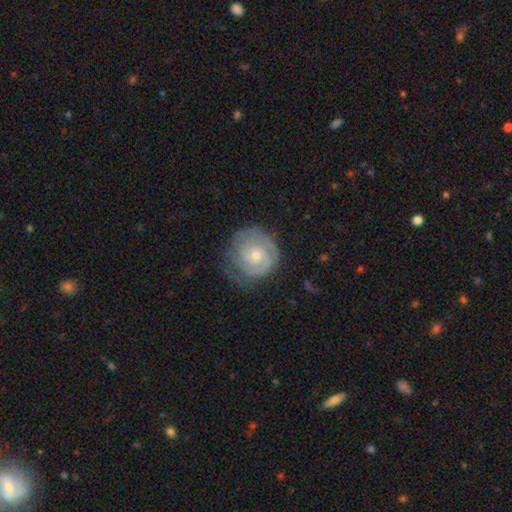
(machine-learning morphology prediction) Q: Smooth or featured?
A: featured or disk (75%); runner-up: smooth (19%)
Q: Edge-on disk?
A: no (98%); runner-up: yes (2%)
Q: Bar?
A: no (73%); runner-up: weak (23%)
Q: Spiral arms?
A: yes (91%); runner-up: no (9%)
Q: Spiral winding?
A: tight (73%); runner-up: medium (21%)
Q: Spiral arm count?
A: 2 (47%); runner-up: can't tell (28%)
Q: Bulge size?
A: small (55%); runner-up: moderate (41%)
Q: Merging?
A: none (70%); runner-up: minor disturbance (21%)